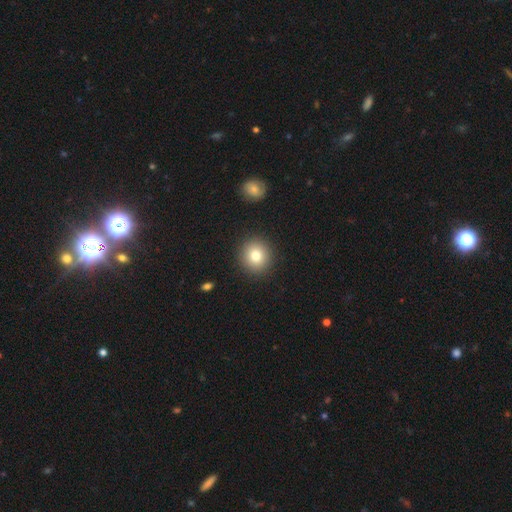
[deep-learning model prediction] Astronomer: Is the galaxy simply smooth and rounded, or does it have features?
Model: smooth — 79%.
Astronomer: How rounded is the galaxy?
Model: round — 91%.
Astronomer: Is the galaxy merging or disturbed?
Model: none — 90%.